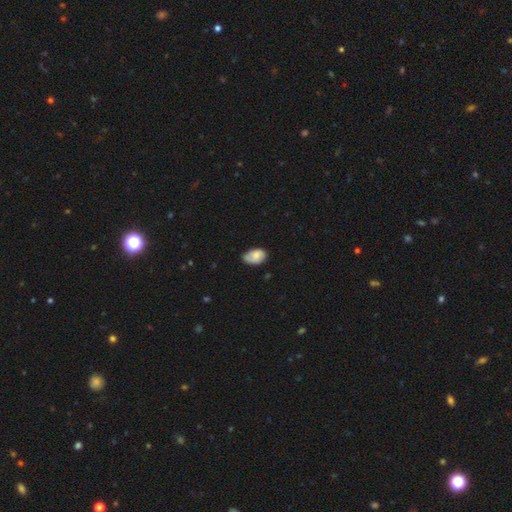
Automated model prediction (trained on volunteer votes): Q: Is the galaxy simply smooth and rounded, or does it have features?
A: smooth — 74%.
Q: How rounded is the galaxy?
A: in between — 89%.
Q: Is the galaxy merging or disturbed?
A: none — 58%.